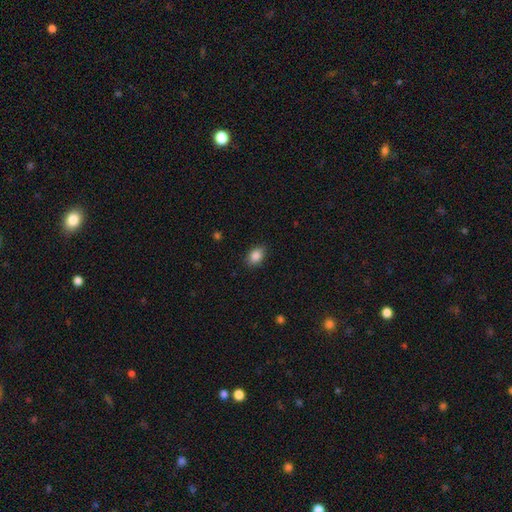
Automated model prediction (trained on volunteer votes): This is clearly a smooth galaxy (87%). How rounded: likely in between (75%). Merging: clearly none (86%).